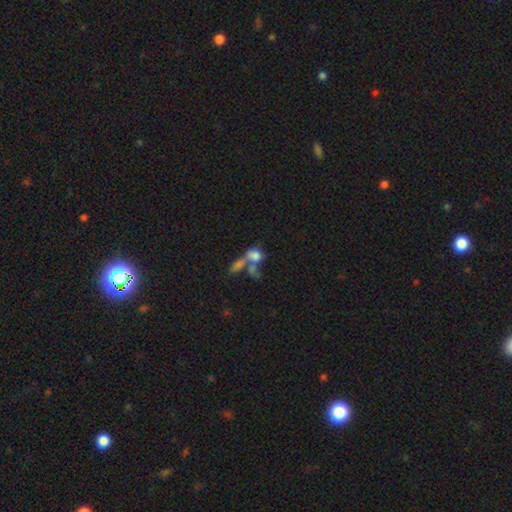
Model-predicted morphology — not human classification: Smooth or featured: smooth — 63% (featured or disk — 25%)
How rounded: in between — 57% (round — 38%)
Merging: merger — 63% (none — 18%)